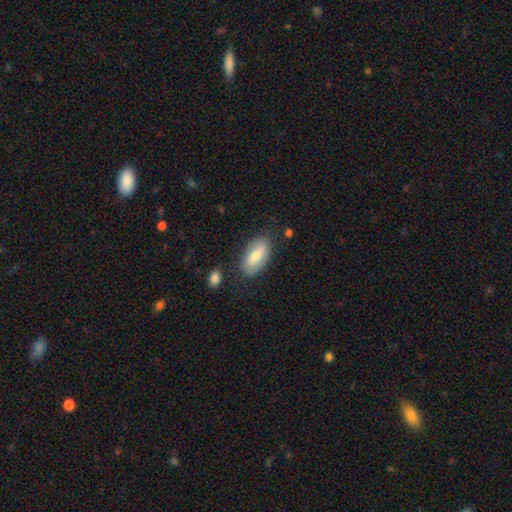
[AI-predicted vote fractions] Smooth or featured?
  - smooth: 72% *
  - featured or disk: 22%
  - star or artifact: 6%
How rounded?
  - in between: 90% *
  - cigar-shaped: 7%
  - round: 3%
Merging?
  - none: 78% *
  - minor disturbance: 16%
  - major disturbance: 4%
  - merger: 2%